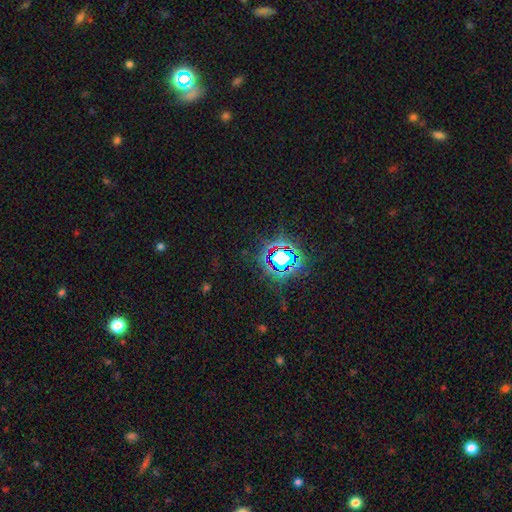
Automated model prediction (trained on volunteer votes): A star or artifact, not a galaxy (80%).

Vote fractions:
- Smooth or featured? star or artifact: 80% / smooth: 12% / featured or disk: 8%